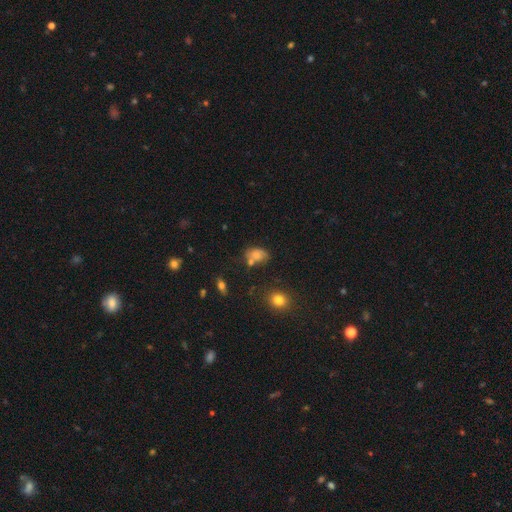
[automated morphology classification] smooth-or-featured: smooth: 66% | featured or disk: 21% | star or artifact: 14%
  how-rounded: in between: 79% | round: 19% | cigar-shaped: 2%
  merging: none: 49% | minor disturbance: 23% | merger: 19% | major disturbance: 8%